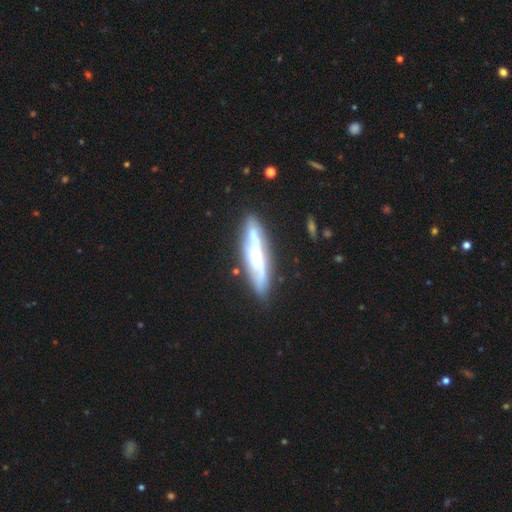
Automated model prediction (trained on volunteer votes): Overall: featured or disk (56%; smooth 37%). Edge-on disk: yes (67%; no 33%). Merging: none (79%).